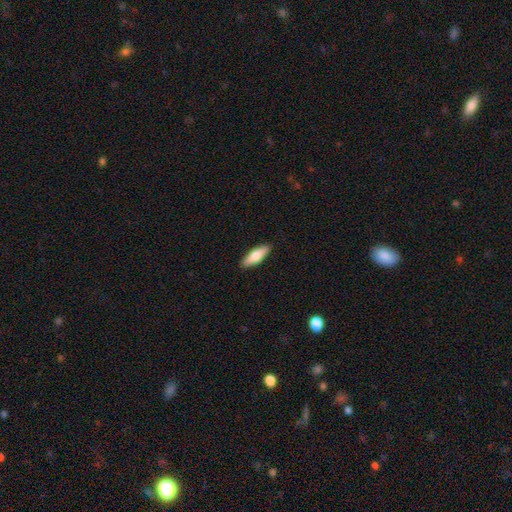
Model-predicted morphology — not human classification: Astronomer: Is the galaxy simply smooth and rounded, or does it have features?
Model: smooth — 75%.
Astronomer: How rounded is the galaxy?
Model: in between — 53% (runner-up: cigar-shaped, 45%).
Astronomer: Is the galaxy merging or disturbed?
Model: none — 89%.